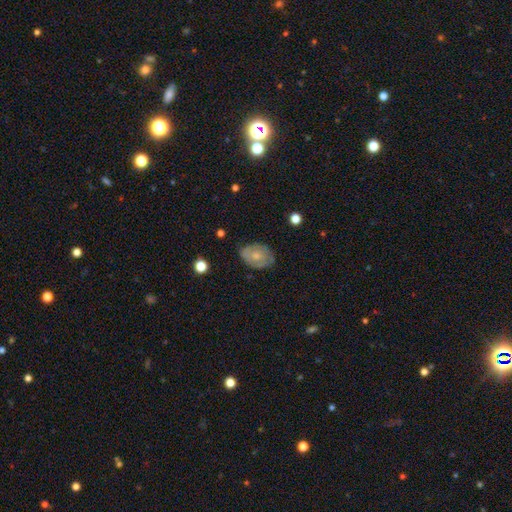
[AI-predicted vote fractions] smooth_or_featured: smooth (p=0.53) [alt: featured or disk p=0.40]
how_rounded: in between (p=0.80) [alt: round p=0.18]
merging: none (p=0.73) [alt: minor disturbance p=0.21]